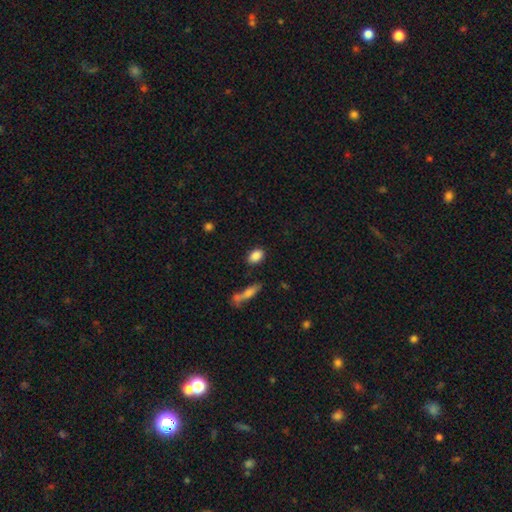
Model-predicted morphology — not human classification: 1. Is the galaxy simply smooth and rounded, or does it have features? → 87% smooth, 8% star or artifact, 5% featured or disk.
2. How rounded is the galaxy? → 84% in between, 14% round, 3% cigar-shaped.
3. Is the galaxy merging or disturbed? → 83% none, 11% minor disturbance, 4% merger, 3% major disturbance.